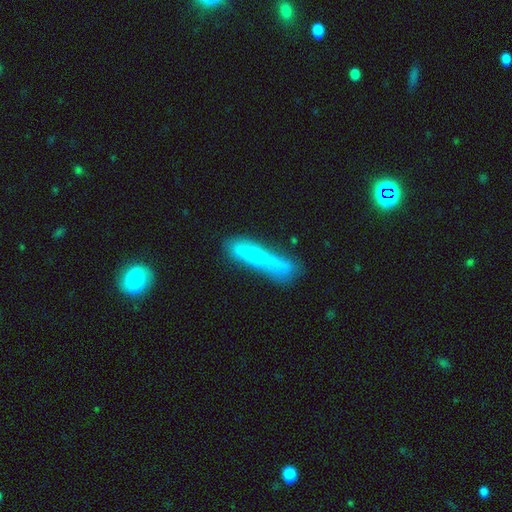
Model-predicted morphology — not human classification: type=smooth (59%); roundness=cigar-shaped (85%); merging=none (44%).